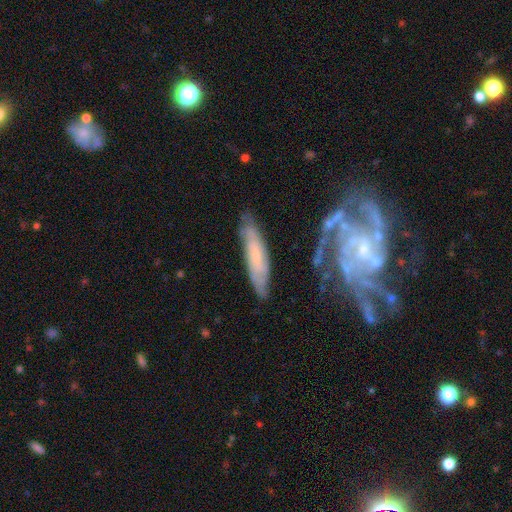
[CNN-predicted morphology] This is possibly a featured or disk galaxy (58%). It is likely not viewed edge-on (69%). Merging: likely none (69%).